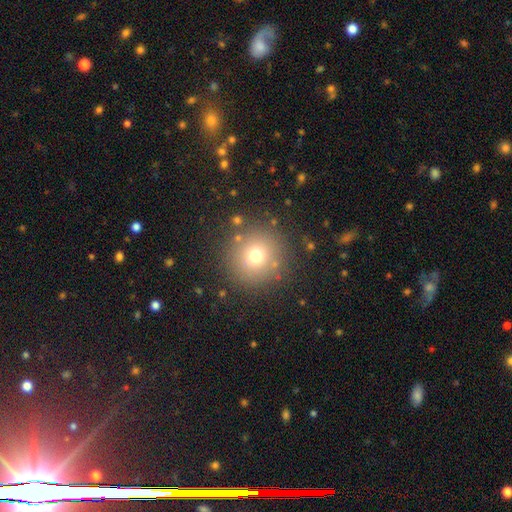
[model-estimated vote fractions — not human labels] Smooth or featured: smooth — 70% (star or artifact — 17%)
How rounded: round — 95% (in between — 4%)
Merging: none — 85% (minor disturbance — 8%)